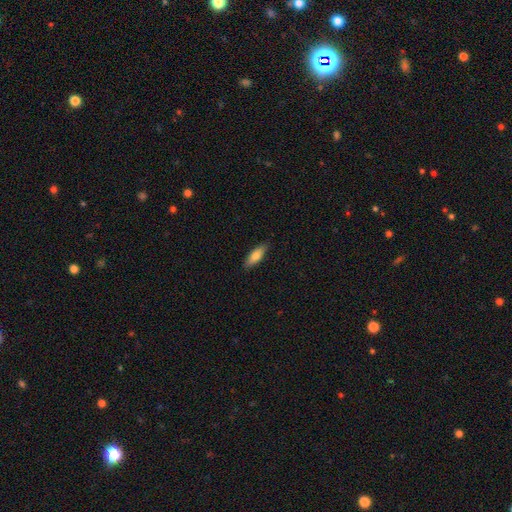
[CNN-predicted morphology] Smooth or featured?
  - smooth: 75% *
  - featured or disk: 19%
  - star or artifact: 6%
How rounded?
  - in between: 55% *
  - cigar-shaped: 43%
  - round: 2%
Merging?
  - none: 87% *
  - minor disturbance: 10%
  - major disturbance: 2%
  - merger: 1%